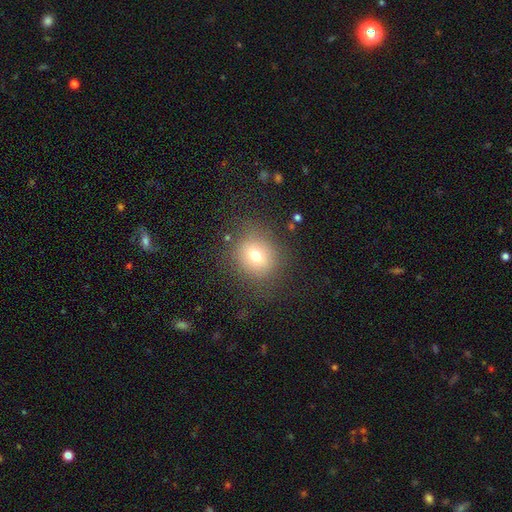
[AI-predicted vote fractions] This appears to be a smooth galaxy with no disk features (70%) that is round (79%). Merging: none (79%).